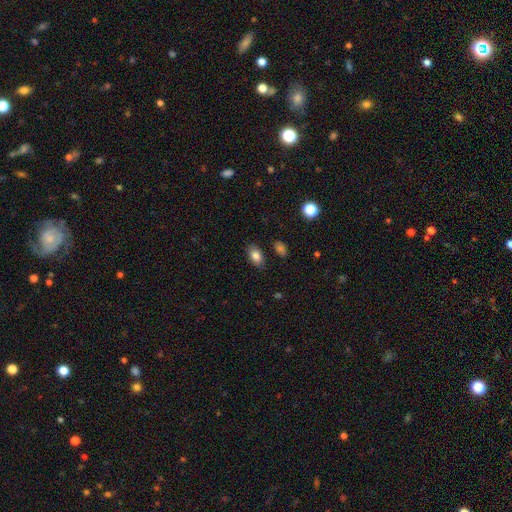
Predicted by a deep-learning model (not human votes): A smooth galaxy with no disk features (82%) that is in between round and cigar-shaped (89%).

Vote fractions:
- Smooth or featured? smooth: 82% / star or artifact: 9% / featured or disk: 9%
- How rounded? in between: 89% / round: 9% / cigar-shaped: 2%
- Merging? none: 83% / minor disturbance: 12% / major disturbance: 3% / merger: 2%